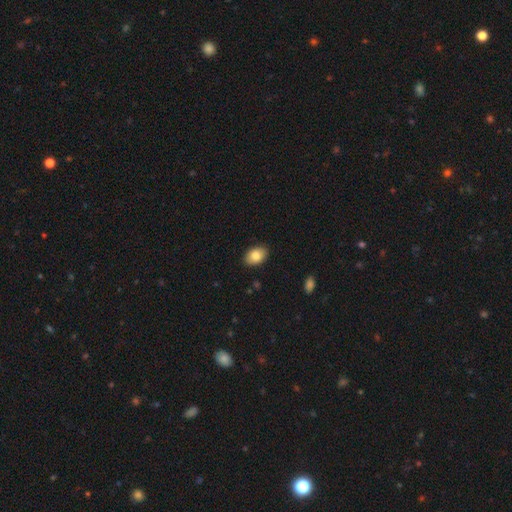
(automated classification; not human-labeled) smooth 84%, featured or disk 9%, star or artifact 7%. Down the decision tree: how rounded — in between (87%); merging — none (88%).